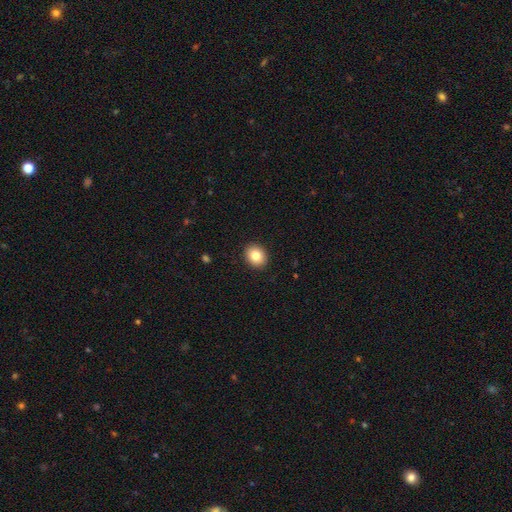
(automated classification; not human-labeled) smooth 83%, star or artifact 9%, featured or disk 8%. Down the decision tree: how rounded — round (57%); merging — none (91%).